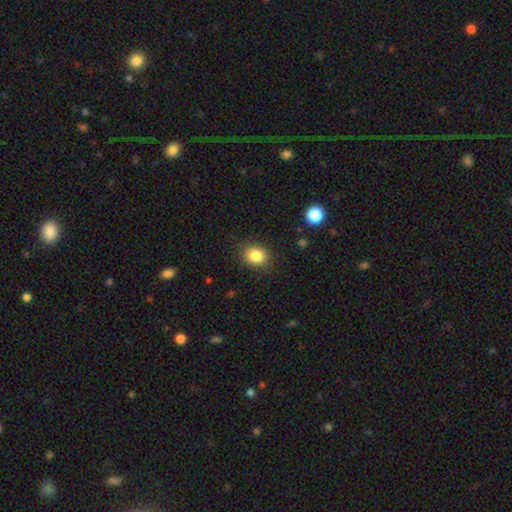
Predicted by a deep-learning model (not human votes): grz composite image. It shows a smooth galaxy with no disk features (84%) that is round (59%). Merging: none (85%).